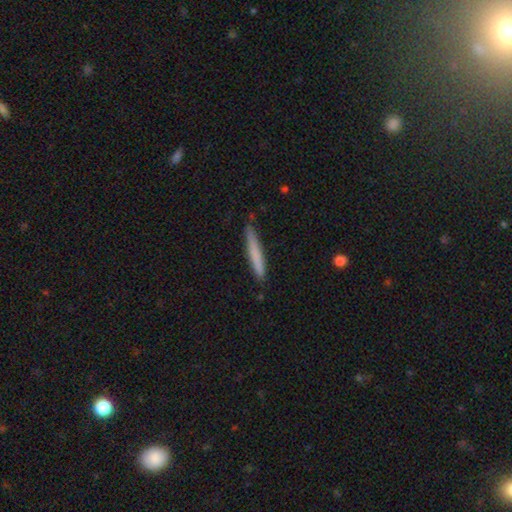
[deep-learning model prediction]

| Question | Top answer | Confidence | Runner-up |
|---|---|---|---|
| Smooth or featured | smooth | 74% | featured or disk (21%) |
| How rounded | cigar-shaped | 96% | in between (3%) |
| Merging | none | 83% | minor disturbance (14%) |